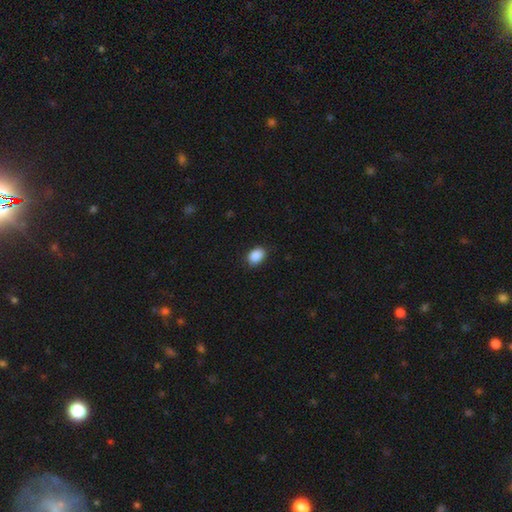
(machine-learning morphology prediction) Smooth or featured? Predicted: smooth (p=0.89). How rounded? Predicted: in between (p=0.75). Merging? Predicted: none (p=0.86).